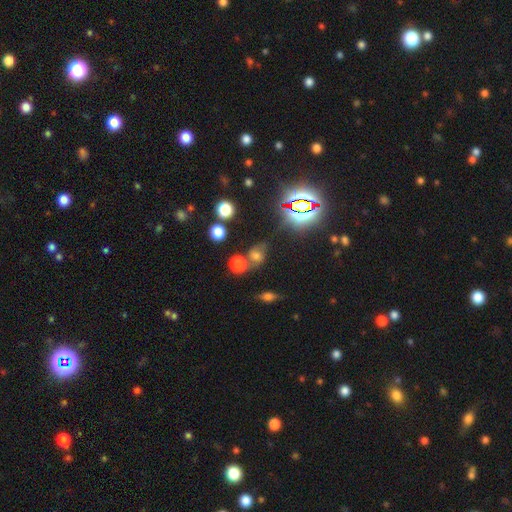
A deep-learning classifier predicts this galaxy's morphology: smooth_or_featured: smooth (p=0.48) [alt: star or artifact p=0.33]
merging: none (p=0.52) [alt: merger p=0.22]